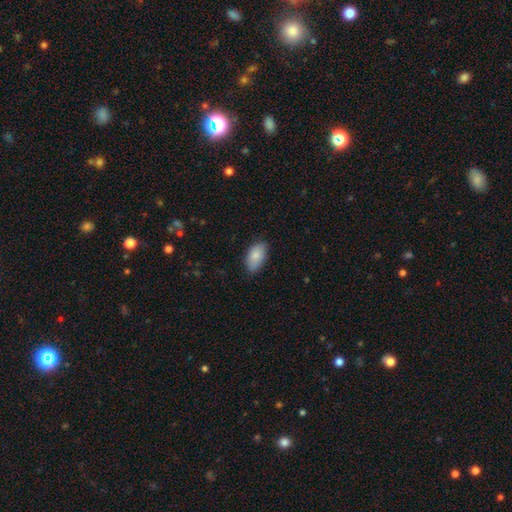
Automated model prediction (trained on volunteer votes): This is clearly a smooth galaxy (83%). How rounded: clearly in between (93%). Merging: likely none (78%).